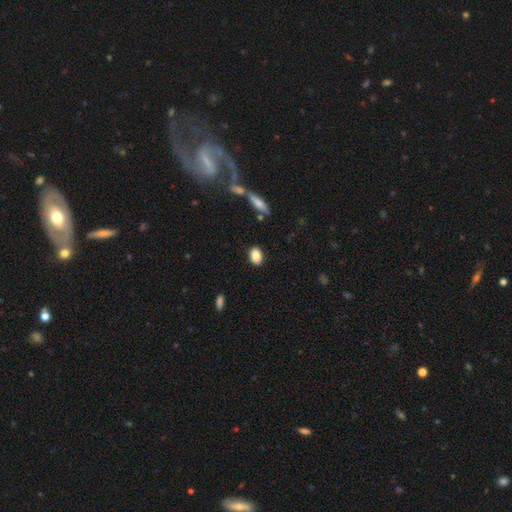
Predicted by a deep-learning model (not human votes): Smooth or featured? Predicted: smooth (p=0.86). How rounded? Predicted: in between (p=0.81). Merging? Predicted: none (p=0.86).